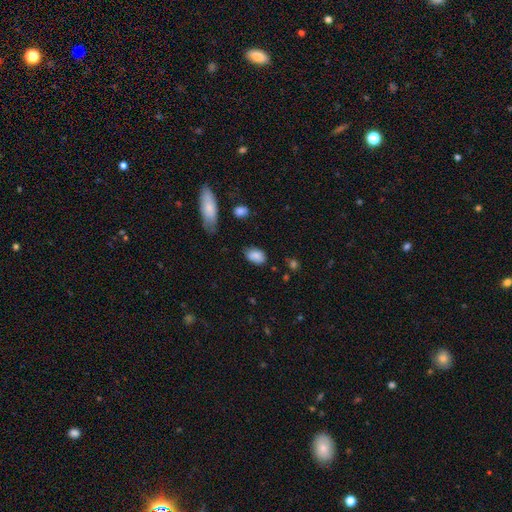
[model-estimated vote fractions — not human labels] smooth_or_featured: smooth (p=0.83) [alt: featured or disk p=0.09]
how_rounded: in between (p=0.90) [alt: round p=0.09]
merging: none (p=0.69) [alt: minor disturbance p=0.23]